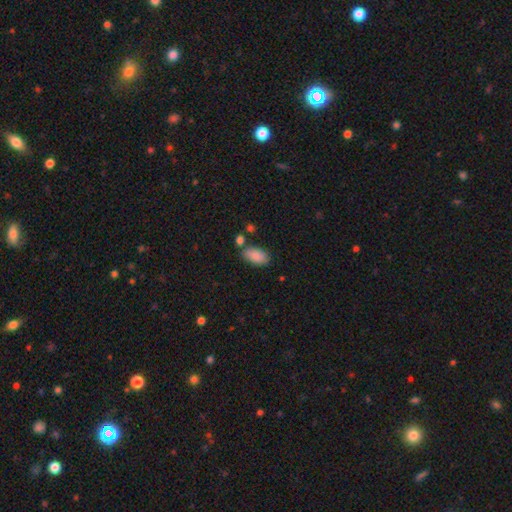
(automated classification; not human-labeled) smooth-or-featured: smooth: 87% | star or artifact: 7% | featured or disk: 6%
  how-rounded: in between: 94% | round: 4% | cigar-shaped: 3%
  merging: none: 71% | minor disturbance: 16% | merger: 9% | major disturbance: 4%